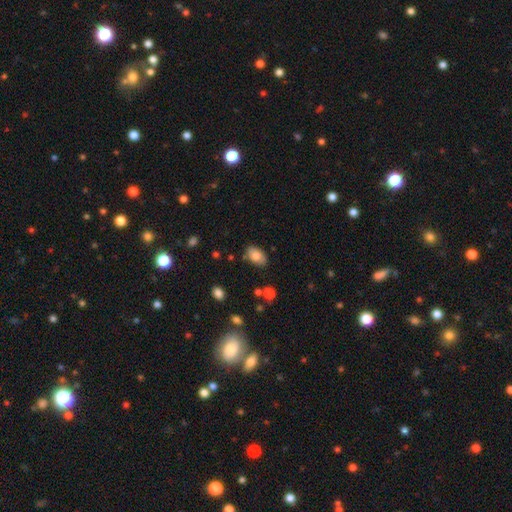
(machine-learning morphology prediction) Q: Smooth or featured?
A: smooth (77%); runner-up: featured or disk (15%)
Q: How rounded?
A: in between (90%); runner-up: round (8%)
Q: Merging?
A: none (78%); runner-up: minor disturbance (16%)